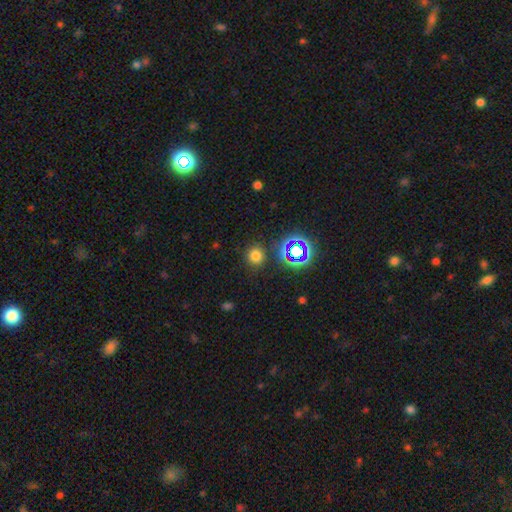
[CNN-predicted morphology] Smooth or featured? Predicted: smooth (p=0.71). How rounded? Predicted: round (p=0.91). Merging? Predicted: none (p=0.87).